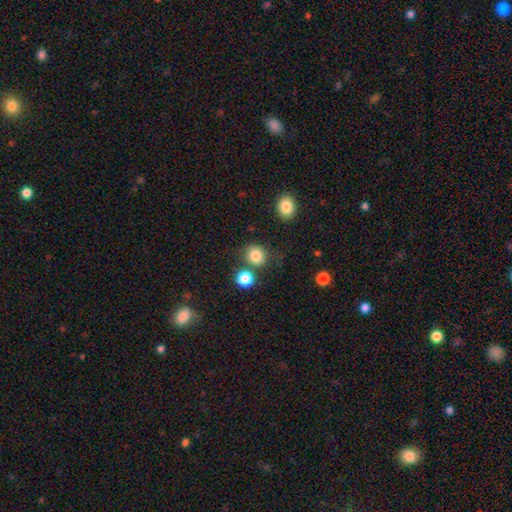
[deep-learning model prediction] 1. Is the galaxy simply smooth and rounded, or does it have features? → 83% smooth, 11% star or artifact, 6% featured or disk.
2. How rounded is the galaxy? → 79% round, 20% in between, 1% cigar-shaped.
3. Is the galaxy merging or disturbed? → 74% none, 11% merger, 11% minor disturbance, 4% major disturbance.